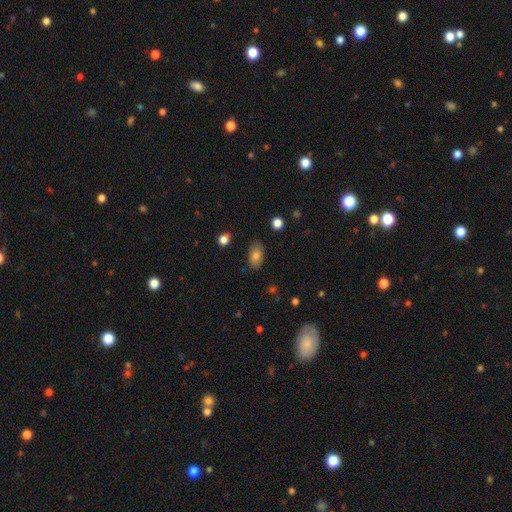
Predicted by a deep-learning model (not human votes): A smooth galaxy with no disk features (82%) that is in between round and cigar-shaped (91%).

Vote fractions:
- Smooth or featured? smooth: 82% / featured or disk: 10% / star or artifact: 9%
- How rounded? in between: 91% / round: 7% / cigar-shaped: 2%
- Merging? none: 84% / minor disturbance: 11% / major disturbance: 3% / merger: 2%